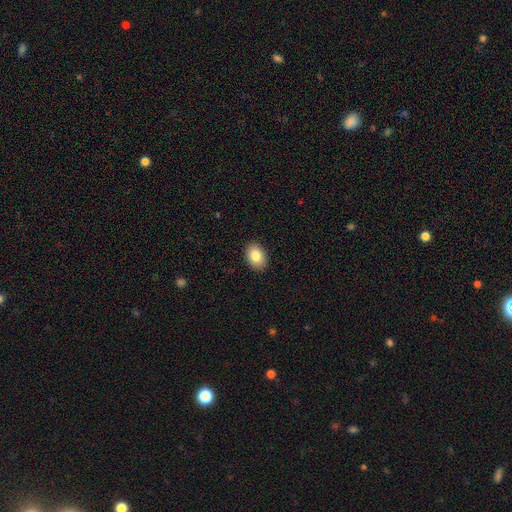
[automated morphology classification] Smooth or featured? Predicted: smooth (p=0.84). How rounded? Predicted: in between (p=0.80). Merging? Predicted: none (p=0.90).